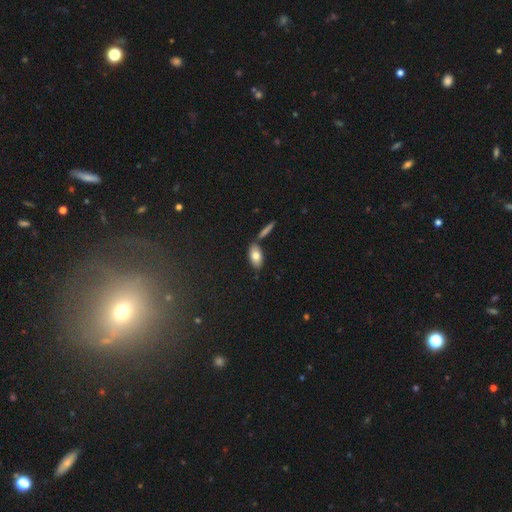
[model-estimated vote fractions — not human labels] Morphology: type=smooth (78%); roundness=in between (89%); merging=none (73%).